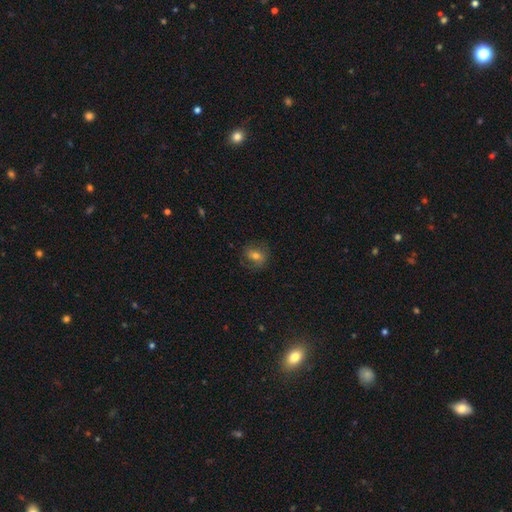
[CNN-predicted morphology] Smooth or featured?
  - smooth: 60% *
  - featured or disk: 29%
  - star or artifact: 11%
How rounded?
  - round: 51% *
  - in between: 47%
  - cigar-shaped: 2%
Merging?
  - none: 73% *
  - minor disturbance: 18%
  - major disturbance: 9%
  - merger: 1%